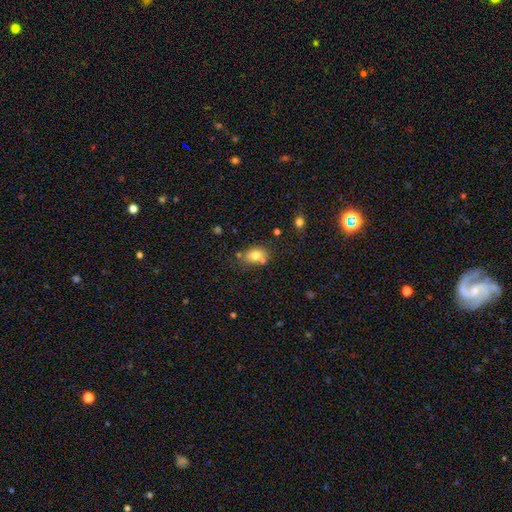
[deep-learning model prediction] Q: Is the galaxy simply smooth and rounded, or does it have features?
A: smooth — 77%.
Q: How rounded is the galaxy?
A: in between — 70%.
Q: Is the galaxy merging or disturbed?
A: none — 65%.